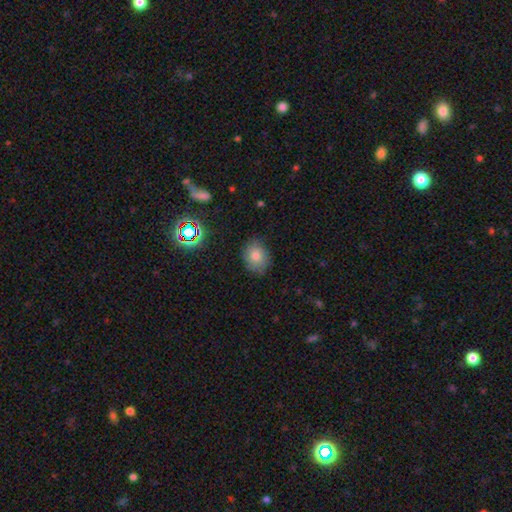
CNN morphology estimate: smooth 76%, star or artifact 14%, featured or disk 11%. Down the decision tree: how rounded — round (55%); merging — none (81%).